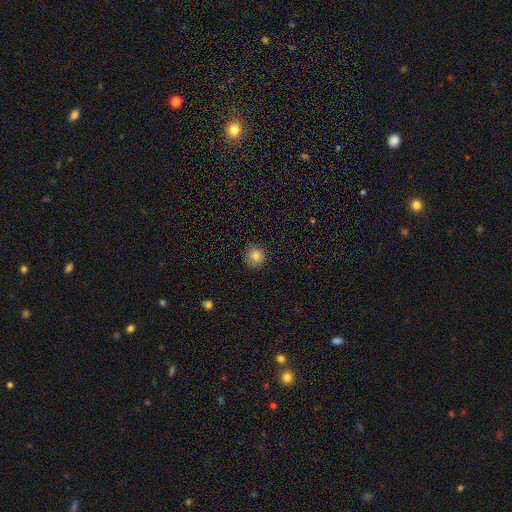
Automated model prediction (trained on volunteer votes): Smooth or featured? smooth (82%)
How rounded? round (91%)
Merging? none (87%)